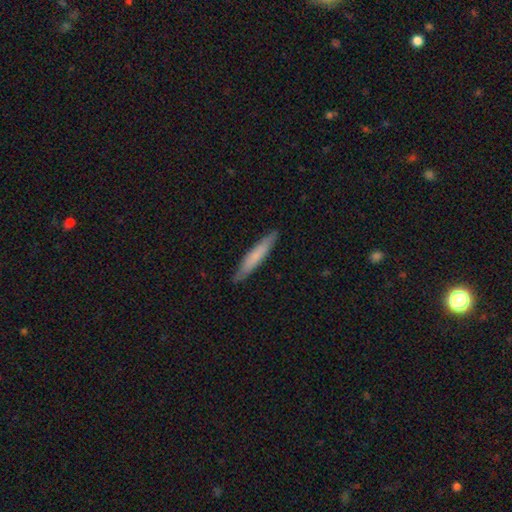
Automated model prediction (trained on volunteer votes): smooth_or_featured: smooth (p=0.67) [alt: featured or disk p=0.28]
how_rounded: cigar-shaped (p=0.94) [alt: in between p=0.05]
merging: none (p=0.89) [alt: minor disturbance p=0.09]